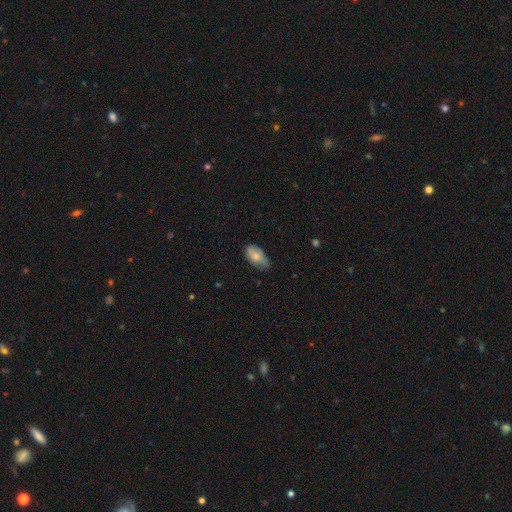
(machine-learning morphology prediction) type=smooth (73%); roundness=in between (93%); merging=none (55%).